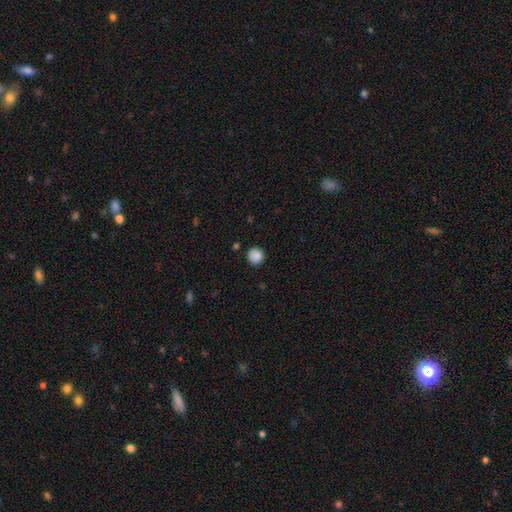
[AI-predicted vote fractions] A smooth galaxy with no disk features (87%) that is round (93%).

Vote fractions:
- Smooth or featured? smooth: 87% / star or artifact: 9% / featured or disk: 4%
- How rounded? round: 93% / in between: 6% / cigar-shaped: 1%
- Merging? none: 86% / minor disturbance: 10% / major disturbance: 2% / merger: 2%